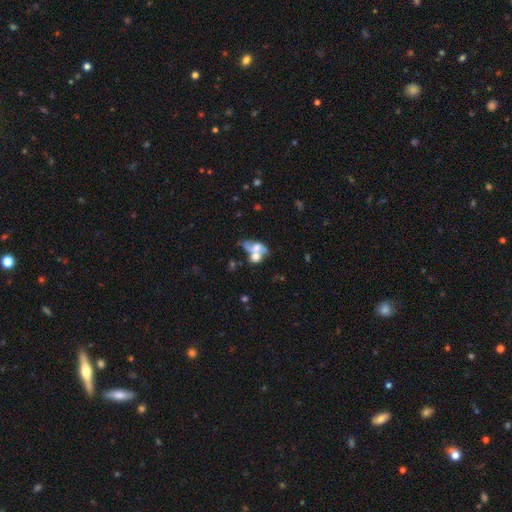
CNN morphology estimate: smooth_or_featured: smooth (p=0.44) [tied with: featured or disk p=0.44]
merging: merger (p=0.62) [alt: none p=0.16]